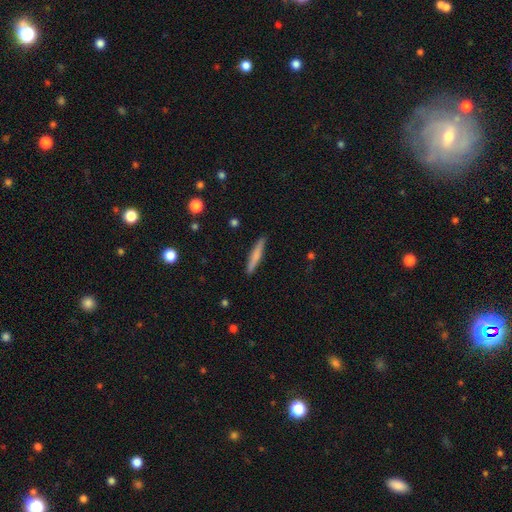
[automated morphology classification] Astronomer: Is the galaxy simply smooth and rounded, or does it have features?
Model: smooth — 68%.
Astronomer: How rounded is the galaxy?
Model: cigar-shaped — 93%.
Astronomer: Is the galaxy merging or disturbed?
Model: none — 90%.